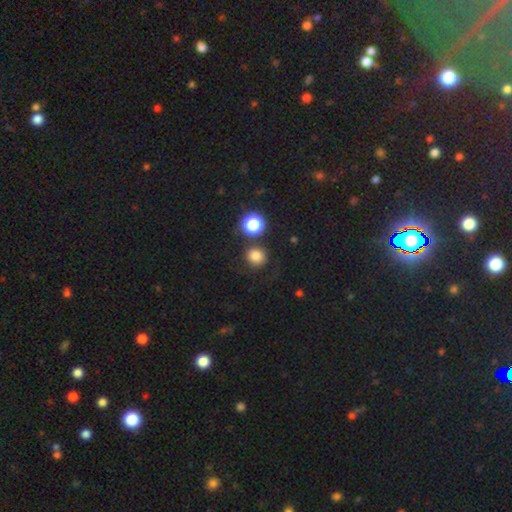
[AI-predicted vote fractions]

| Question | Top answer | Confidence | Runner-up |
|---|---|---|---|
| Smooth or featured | smooth | 81% | star or artifact (14%) |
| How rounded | round | 90% | in between (9%) |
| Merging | none | 78% | minor disturbance (10%) |